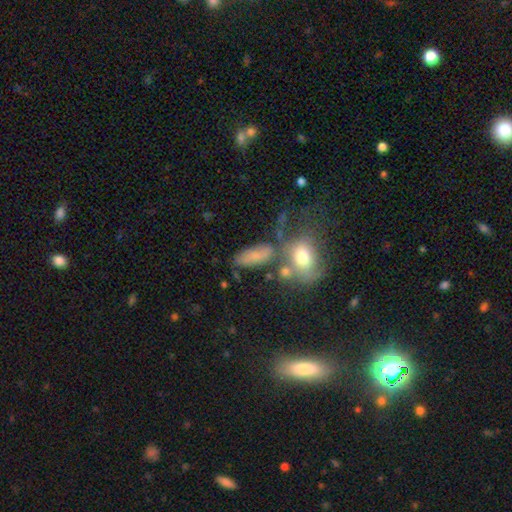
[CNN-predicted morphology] type=smooth (67%); roundness=in between (75%); merging=none (47%).